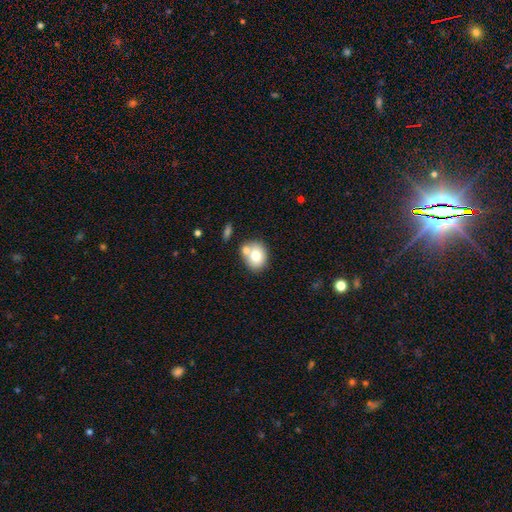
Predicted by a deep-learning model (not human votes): Overall: smooth (74%). How rounded: round (57%; in between 42%). Merging: none (54%; merger 30%).